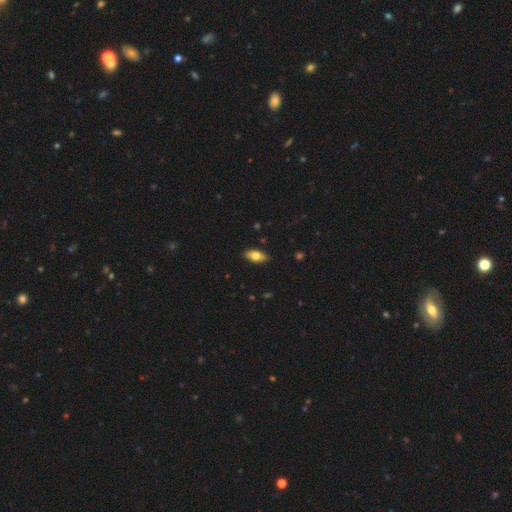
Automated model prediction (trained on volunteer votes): This appears to be a smooth galaxy with no disk features (74%) that is in between round and cigar-shaped (88%). Merging: none (87%).